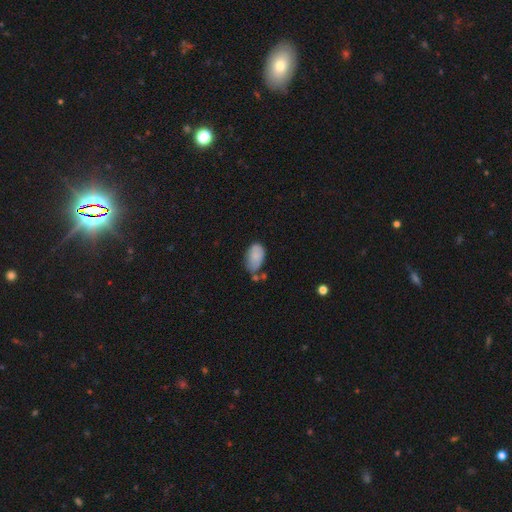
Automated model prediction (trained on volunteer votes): Smooth or featured? smooth (83%)
How rounded? in between (93%)
Merging? none (50%)